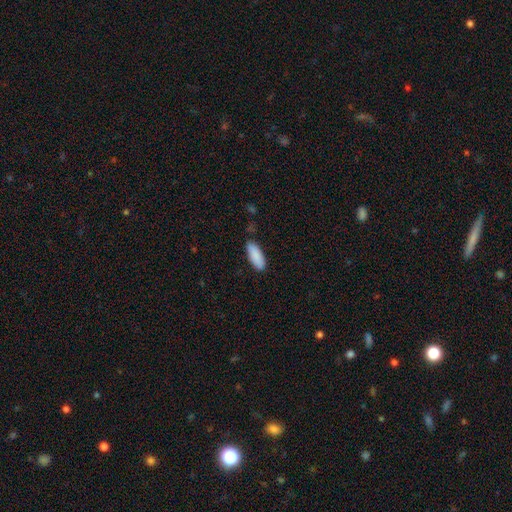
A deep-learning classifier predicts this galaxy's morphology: Smooth or featured? smooth (89%)
How rounded? in between (77%)
Merging? none (85%)